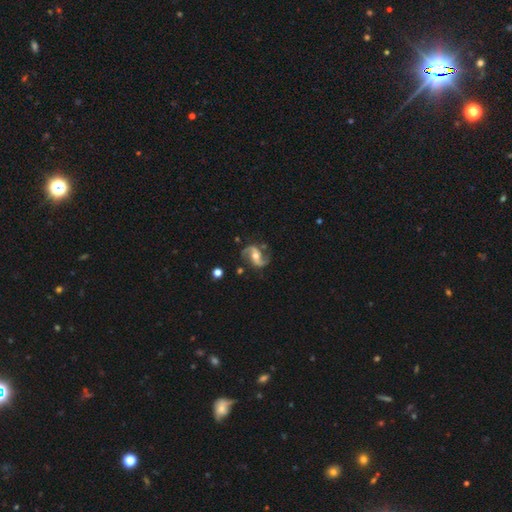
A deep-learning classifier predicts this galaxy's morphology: Smooth or featured?
  - featured or disk: 91% *
  - star or artifact: 5%
  - smooth: 4%
Edge-on disk?
  - no: 98% *
  - yes: 2%
Bar?
  - no: 39% *
  - weak: 34%
  - strong: 27%
Spiral arms?
  - yes: 97% *
  - no: 3%
Spiral winding?
  - loose: 57% *
  - medium: 35%
  - tight: 8%
Spiral arm count?
  - 2: 94% *
  - 1: 1%
  - can't tell: 1%
  - 3: 1%
  - 4: 1%
  - more than 4: 1%
Bulge size?
  - moderate: 65% *
  - small: 28%
  - large: 4%
  - none: 1%
  - dominant: 1%
Merging?
  - none: 80% *
  - minor disturbance: 13%
  - major disturbance: 5%
  - merger: 2%